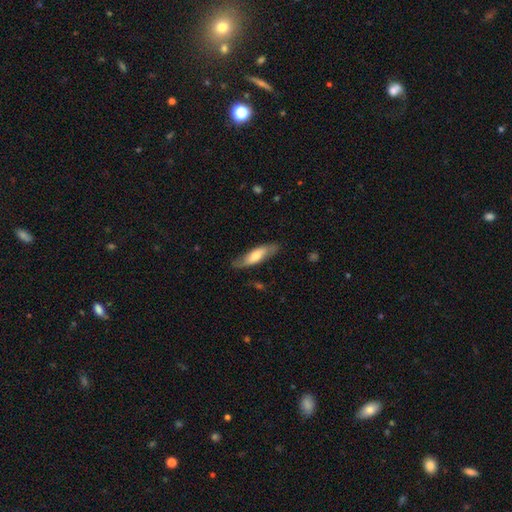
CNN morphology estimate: Smooth or featured?
  - smooth: 56% *
  - featured or disk: 39%
  - star or artifact: 5%
How rounded?
  - cigar-shaped: 57% *
  - in between: 41%
  - round: 2%
Merging?
  - none: 76% *
  - minor disturbance: 18%
  - major disturbance: 4%
  - merger: 1%